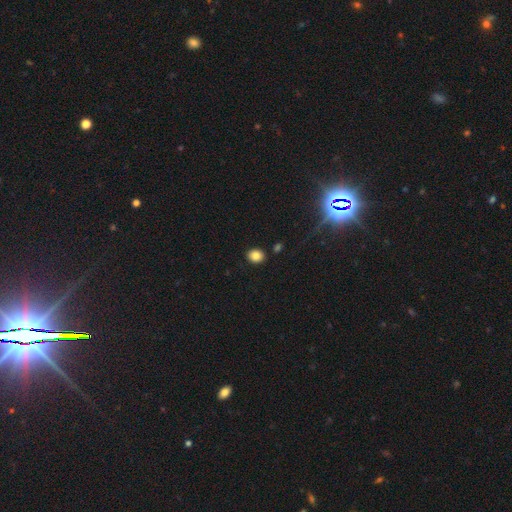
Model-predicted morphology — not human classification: smooth 84%, star or artifact 11%, featured or disk 5%. Down the decision tree: how rounded — round (59%); merging — none (87%).